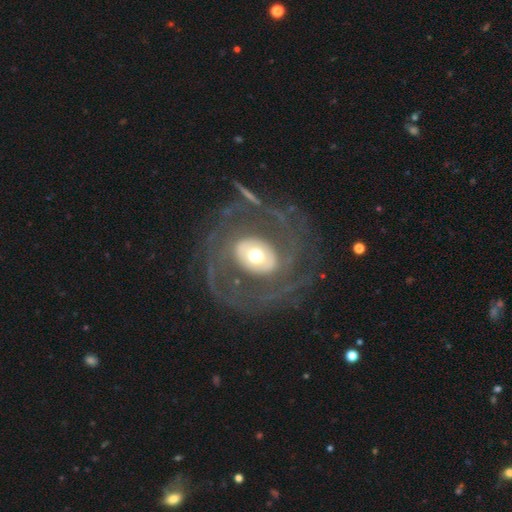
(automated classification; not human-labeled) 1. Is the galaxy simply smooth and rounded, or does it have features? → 78% featured or disk, 16% smooth, 7% star or artifact.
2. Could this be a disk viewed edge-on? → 96% no, 4% yes.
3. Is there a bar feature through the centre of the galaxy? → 70% no, 18% weak, 12% strong.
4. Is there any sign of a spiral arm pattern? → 71% yes, 29% no.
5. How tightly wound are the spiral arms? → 40% tight, 36% medium, 25% loose.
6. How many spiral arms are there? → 47% 2, 24% can't tell, 9% 3, 7% 1, 6% more than 4, 6% 4.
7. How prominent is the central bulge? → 59% moderate, 24% large, 12% small, 4% dominant, 1% none.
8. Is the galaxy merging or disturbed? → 67% none, 18% major disturbance, 12% minor disturbance, 3% merger.